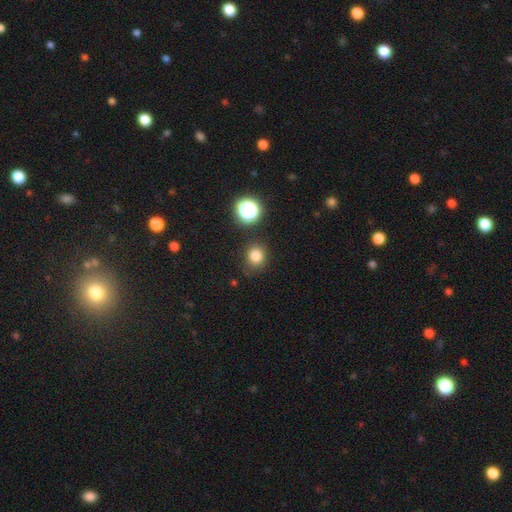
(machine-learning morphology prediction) Smooth or featured: smooth — 80% (star or artifact — 14%)
How rounded: round — 81% (in between — 18%)
Merging: none — 82% (minor disturbance — 12%)